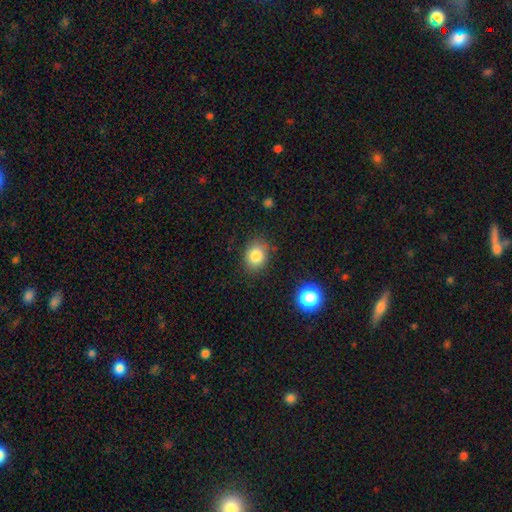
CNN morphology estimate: Smooth or featured? Predicted: smooth (p=0.82). How rounded? Predicted: round (p=0.53). Merging? Predicted: none (p=0.82).